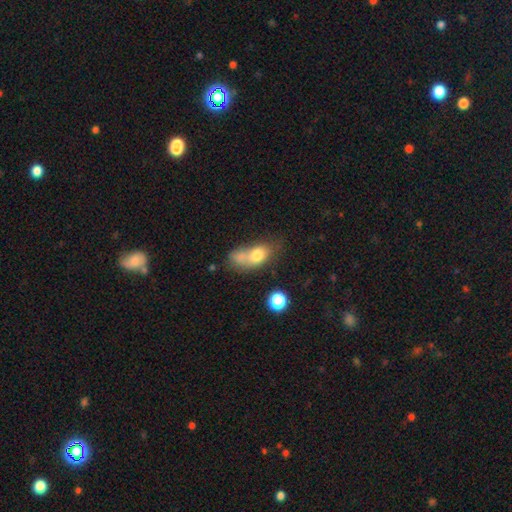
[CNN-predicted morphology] Overall: smooth (68%). How rounded: in between (68%). Merging: merger (47%; none 25%).